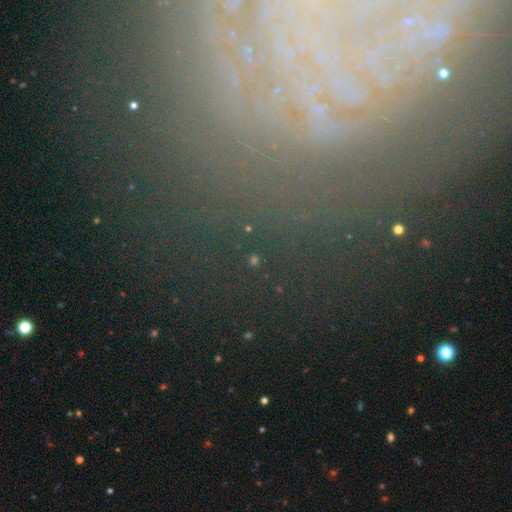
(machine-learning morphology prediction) featured or disk 44%, star or artifact 38%, smooth 18%. Down the decision tree: merging — none (74%).